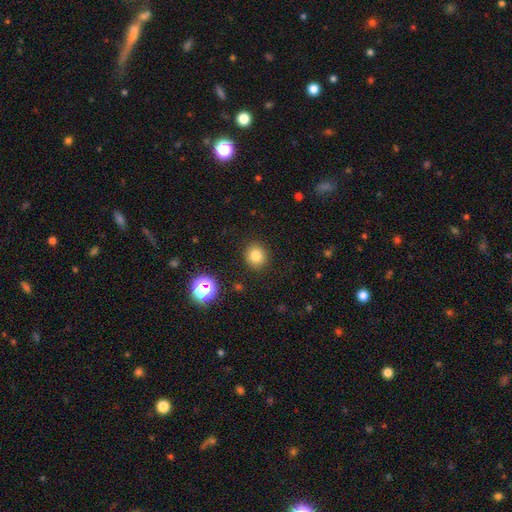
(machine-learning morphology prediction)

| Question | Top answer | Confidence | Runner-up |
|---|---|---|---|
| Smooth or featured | smooth | 80% | star or artifact (14%) |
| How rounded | round | 88% | in between (11%) |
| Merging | none | 90% | minor disturbance (7%) |